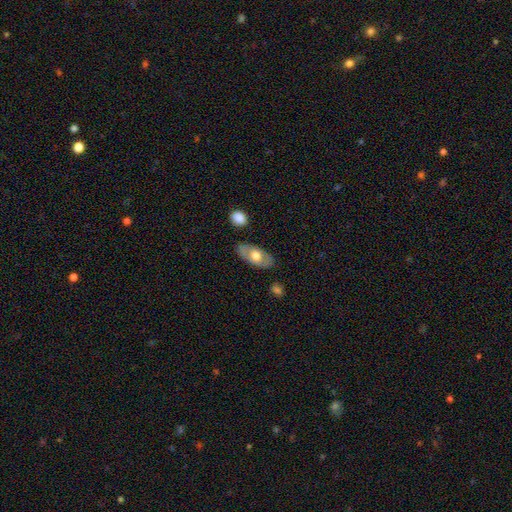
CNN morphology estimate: smooth-or-featured: smooth: 52% | featured or disk: 43% | star or artifact: 5%
  how-rounded: in between: 91% | round: 5% | cigar-shaped: 4%
  merging: none: 82% | minor disturbance: 13% | major disturbance: 3% | merger: 2%